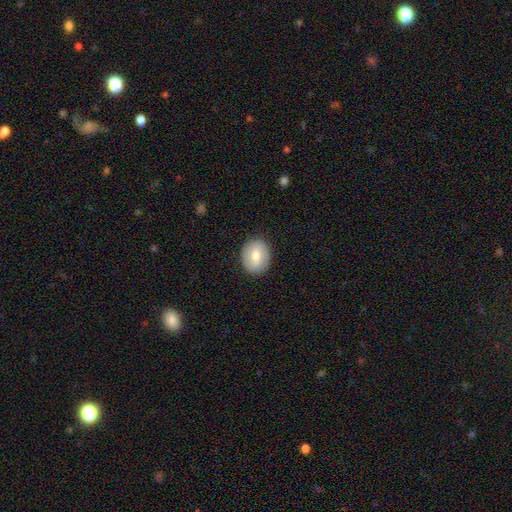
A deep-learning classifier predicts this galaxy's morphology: Smooth or featured: smooth — 65% (featured or disk — 28%)
How rounded: round — 58% (in between — 41%)
Merging: none — 88% (minor disturbance — 8%)